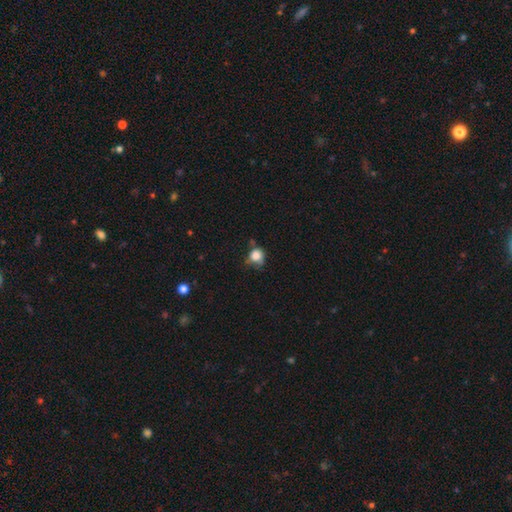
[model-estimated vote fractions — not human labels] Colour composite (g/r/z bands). It shows a smooth galaxy with no disk features (79%) that is round (73%). Merging: none (41%).